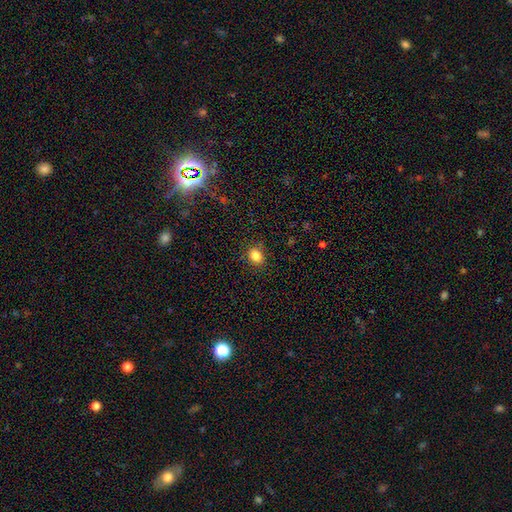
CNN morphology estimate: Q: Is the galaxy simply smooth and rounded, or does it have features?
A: smooth — 83%.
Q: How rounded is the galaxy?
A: round — 51%.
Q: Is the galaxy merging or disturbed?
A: none — 87%.